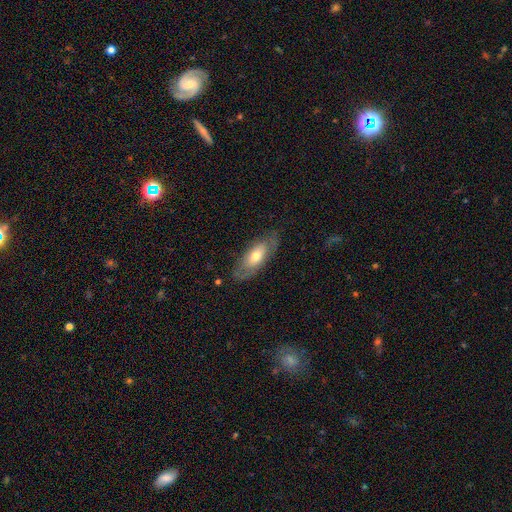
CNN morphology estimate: A smooth galaxy with no disk features (57%) that is in between round and cigar-shaped (79%). Merging: none (73%).